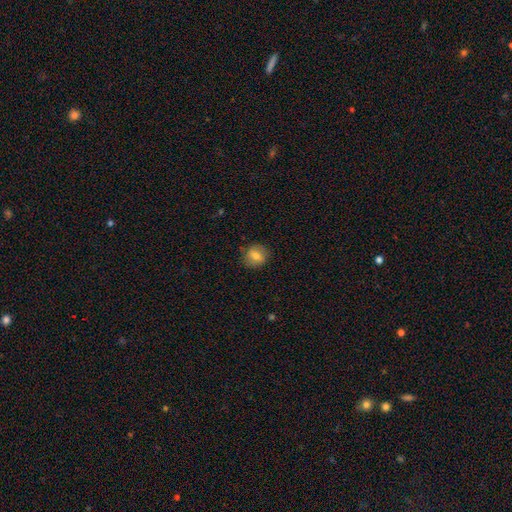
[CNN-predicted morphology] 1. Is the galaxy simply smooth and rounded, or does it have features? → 74% smooth, 17% featured or disk, 9% star or artifact.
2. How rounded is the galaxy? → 83% round, 16% in between, 1% cigar-shaped.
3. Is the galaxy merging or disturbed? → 84% none, 12% minor disturbance, 3% major disturbance, 1% merger.